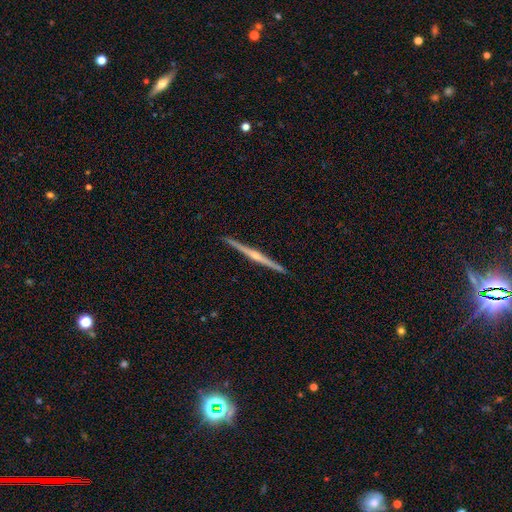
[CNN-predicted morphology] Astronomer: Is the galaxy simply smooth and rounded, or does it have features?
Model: featured or disk — 82%.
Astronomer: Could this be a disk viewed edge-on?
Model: yes — 99%.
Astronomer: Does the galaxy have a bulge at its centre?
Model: rounded — 80%.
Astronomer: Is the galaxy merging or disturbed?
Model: none — 93%.